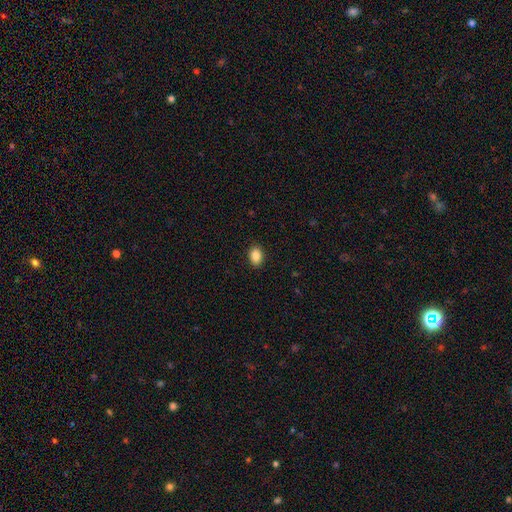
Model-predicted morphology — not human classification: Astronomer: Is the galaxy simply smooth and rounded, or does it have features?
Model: smooth — 87%.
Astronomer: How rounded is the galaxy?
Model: in between — 77%.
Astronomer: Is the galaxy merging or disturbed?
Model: none — 90%.